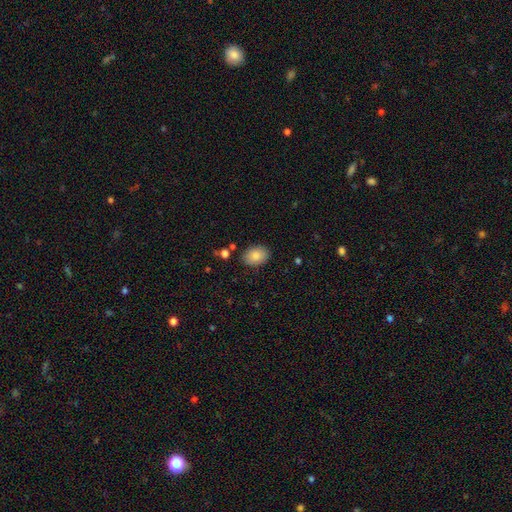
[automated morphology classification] smooth_or_featured: smooth (p=0.85) [alt: star or artifact p=0.08]
how_rounded: in between (p=0.80) [alt: round p=0.19]
merging: none (p=0.87) [alt: minor disturbance p=0.09]